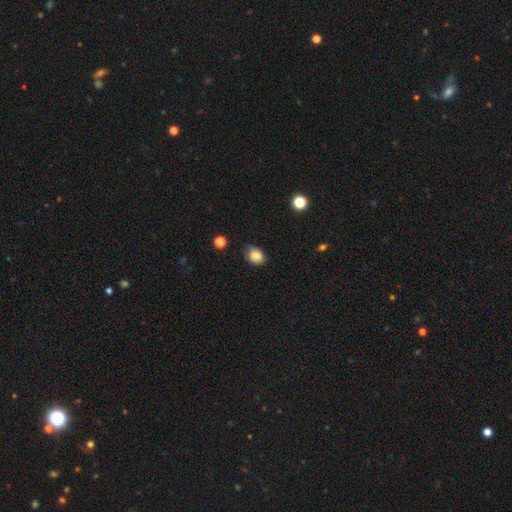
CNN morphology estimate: Q: Smooth or featured?
A: smooth (84%); runner-up: star or artifact (9%)
Q: How rounded?
A: in between (57%); runner-up: round (42%)
Q: Merging?
A: none (69%); runner-up: minor disturbance (25%)